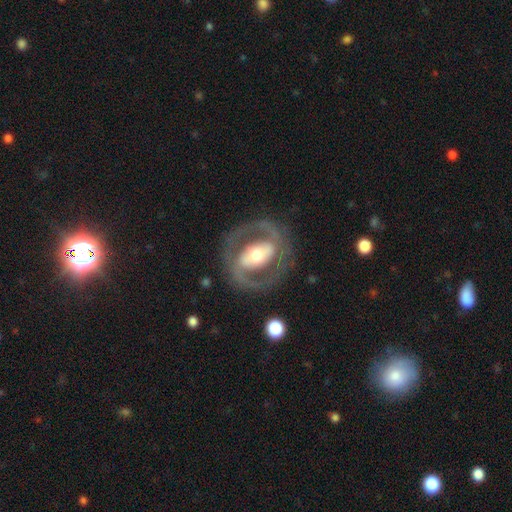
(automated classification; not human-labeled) This appears to be a featured or disk galaxy (83%) with a strong bar (49%), 2 (88%) medium (48%) spiral arms (78%) and a moderate central bulge (60%). Merging: none (81%).